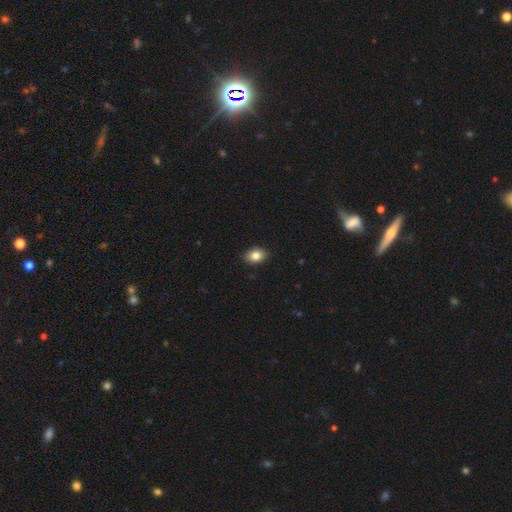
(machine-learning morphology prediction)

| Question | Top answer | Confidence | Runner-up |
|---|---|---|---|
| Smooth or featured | smooth | 84% | star or artifact (9%) |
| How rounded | in between | 79% | round (20%) |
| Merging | none | 89% | minor disturbance (8%) |